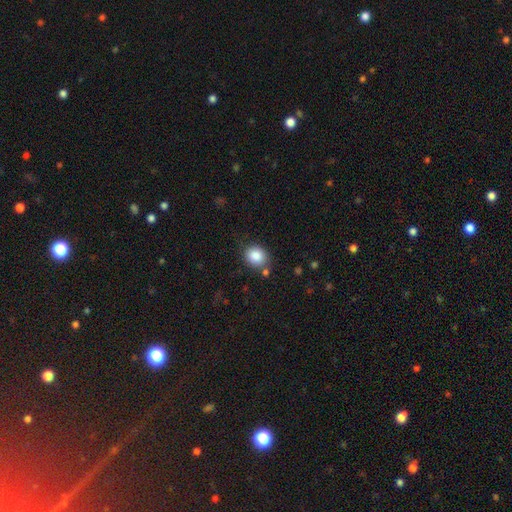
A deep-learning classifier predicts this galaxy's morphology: Q: Smooth or featured?
A: smooth (87%); runner-up: star or artifact (8%)
Q: How rounded?
A: round (62%); runner-up: in between (37%)
Q: Merging?
A: none (77%); runner-up: minor disturbance (13%)